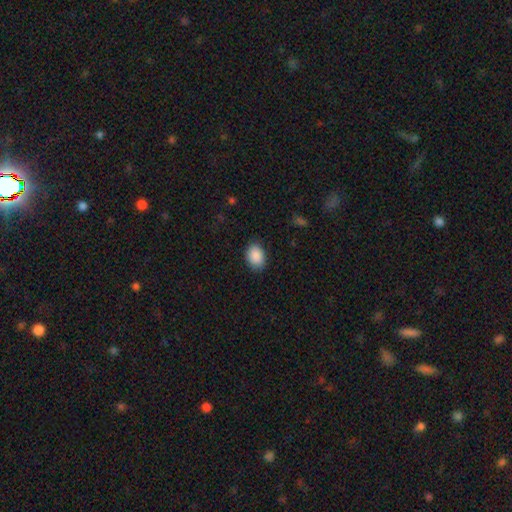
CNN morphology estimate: type=smooth (90%); roundness=in between (73%); merging=none (86%).